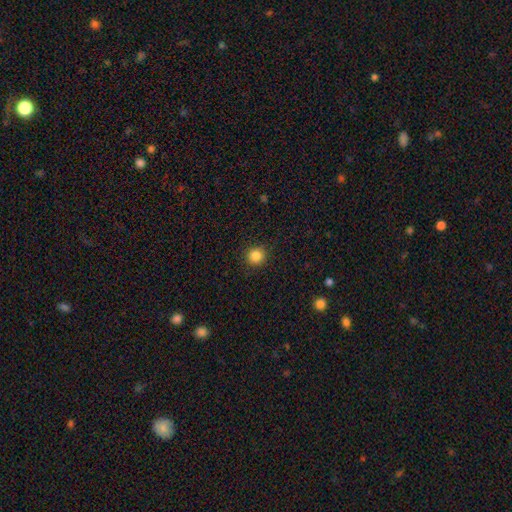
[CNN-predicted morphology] smooth_or_featured: smooth (p=0.85) [alt: star or artifact p=0.11]
how_rounded: round (p=0.91) [alt: in between p=0.08]
merging: none (p=0.91) [alt: minor disturbance p=0.06]